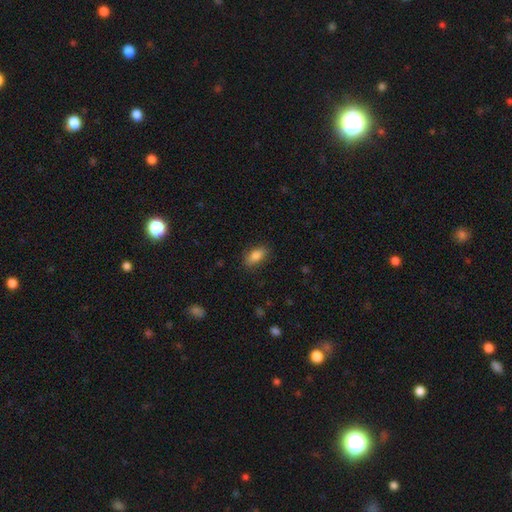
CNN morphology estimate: smooth 83%, featured or disk 9%, star or artifact 8%. Down the decision tree: how rounded — in between (86%); merging — none (85%).